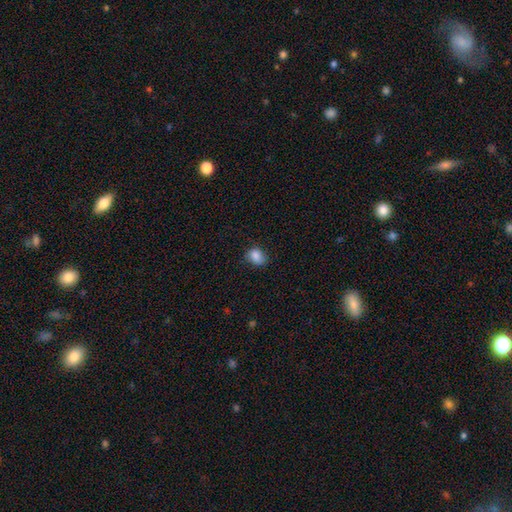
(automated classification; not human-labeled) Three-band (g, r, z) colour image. It shows a smooth galaxy with no disk features (87%) that is in between round and cigar-shaped (61%). Merging: none (73%).